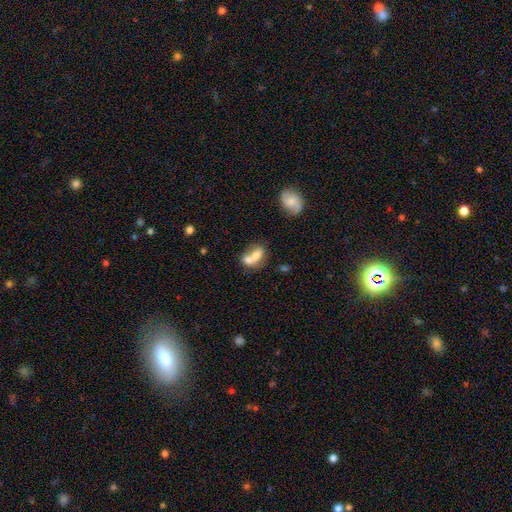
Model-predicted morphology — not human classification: This appears to be a smooth galaxy with no disk features (70%) that is in between round and cigar-shaped (73%). Merging: merger (65%).